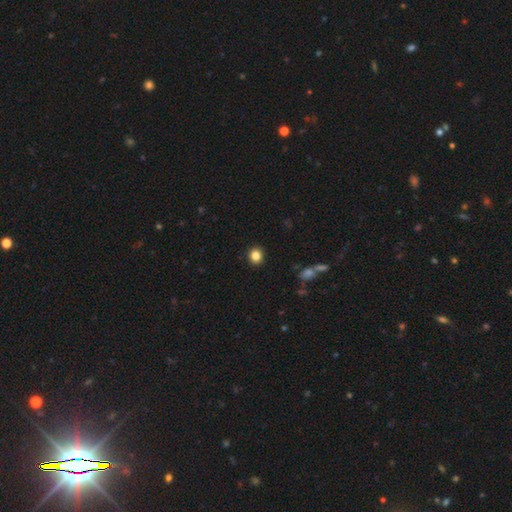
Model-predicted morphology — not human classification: smooth 84%, star or artifact 11%, featured or disk 5%. Down the decision tree: how rounded — round (83%); merging — none (92%).